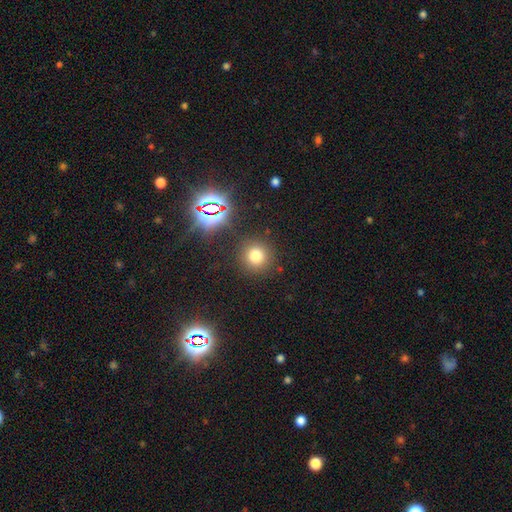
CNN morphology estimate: Smooth or featured? Predicted: smooth (p=0.73). How rounded? Predicted: round (p=0.93). Merging? Predicted: none (p=0.86).